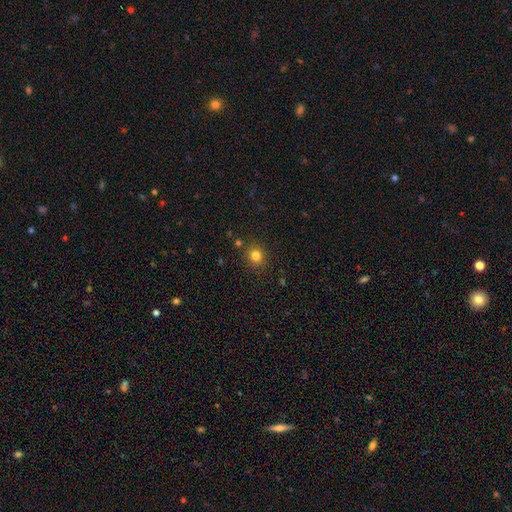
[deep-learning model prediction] Smooth or featured? Predicted: smooth (p=0.81). How rounded? Predicted: round (p=0.83). Merging? Predicted: none (p=0.87).